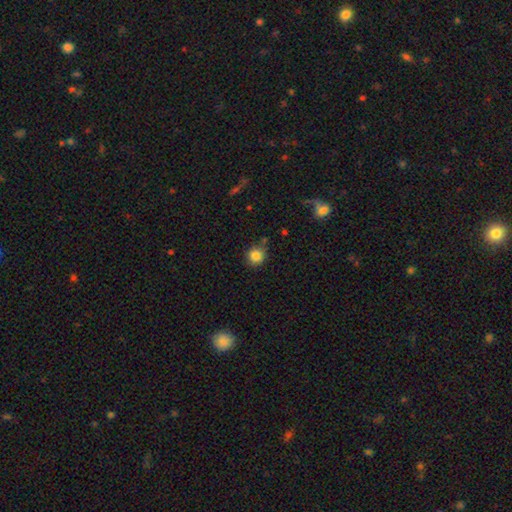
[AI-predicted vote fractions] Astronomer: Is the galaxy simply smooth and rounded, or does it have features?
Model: smooth — 85%.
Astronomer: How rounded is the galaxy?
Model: round — 90%.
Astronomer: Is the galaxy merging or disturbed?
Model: none — 75%.